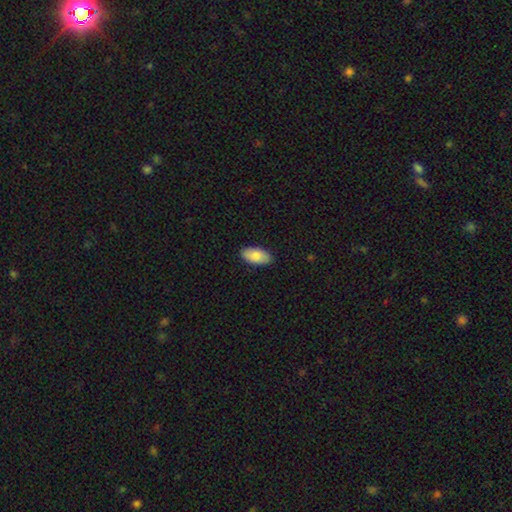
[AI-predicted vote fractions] Smooth or featured: smooth — 83% (featured or disk — 11%)
How rounded: in between — 95% (cigar-shaped — 3%)
Merging: none — 88% (minor disturbance — 9%)